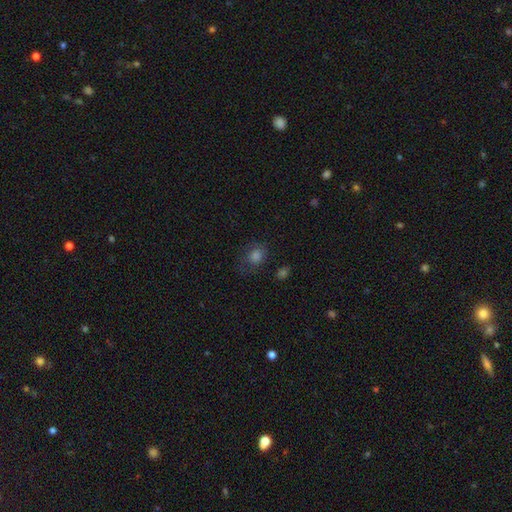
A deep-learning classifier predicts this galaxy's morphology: Smooth or featured? smooth (68%)
How rounded? round (62%)
Merging? none (69%)